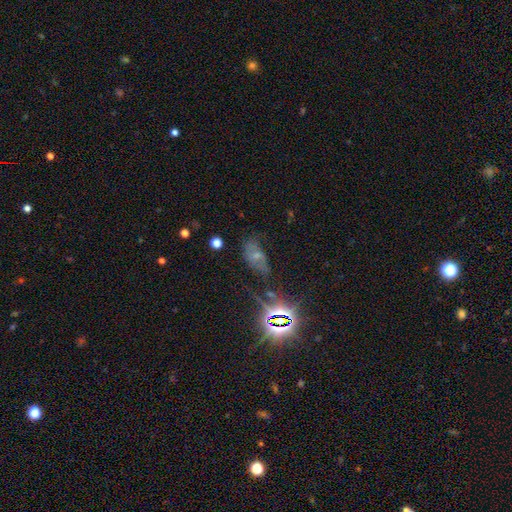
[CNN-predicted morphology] Smooth or featured? Predicted: star or artifact (p=0.37).